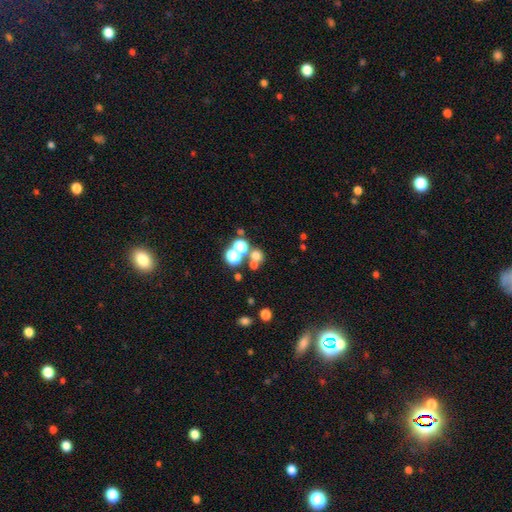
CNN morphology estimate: Overall: smooth (60%; star or artifact 28%). How rounded: round (85%). Merging: none (55%; merger 33%).